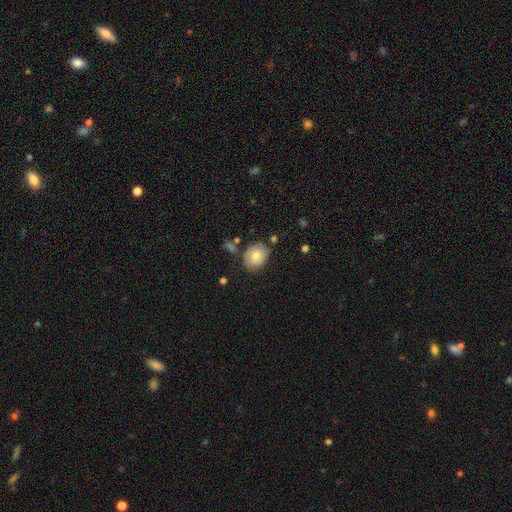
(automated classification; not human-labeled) Smooth or featured? Predicted: smooth (p=0.69). How rounded? Predicted: in between (p=0.53). Merging? Predicted: none (p=0.70).